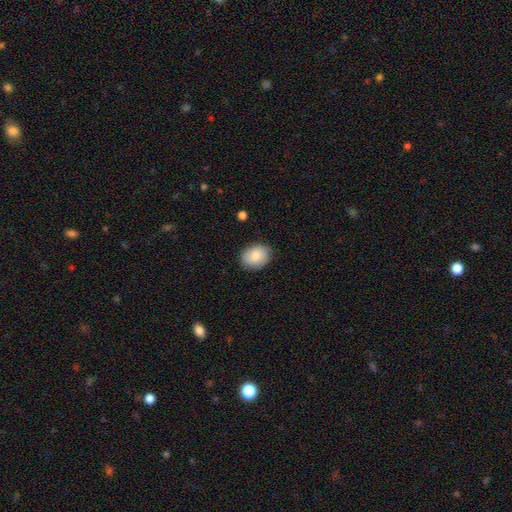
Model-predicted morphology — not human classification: Overall: smooth (80%). How rounded: in between (60%; round 39%). Merging: none (83%).